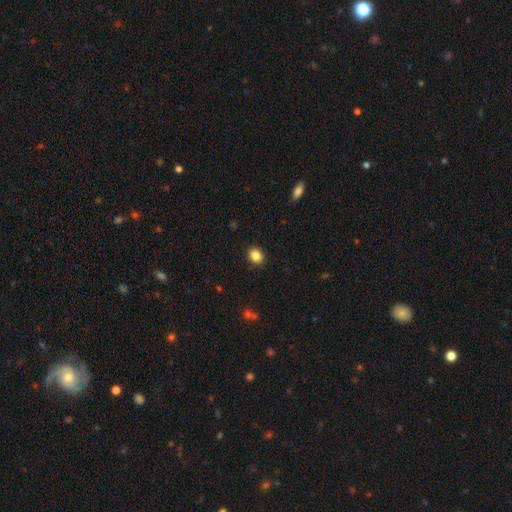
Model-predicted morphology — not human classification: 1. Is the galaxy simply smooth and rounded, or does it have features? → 86% smooth, 9% star or artifact, 5% featured or disk.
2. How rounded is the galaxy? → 50% in between, 49% round, 1% cigar-shaped.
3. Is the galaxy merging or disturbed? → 90% none, 7% minor disturbance, 2% major disturbance, 1% merger.